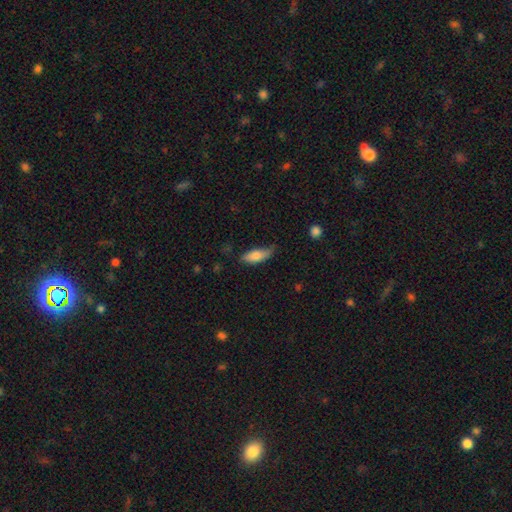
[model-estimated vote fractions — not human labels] Smooth or featured?
  - smooth: 79% *
  - featured or disk: 15%
  - star or artifact: 6%
How rounded?
  - in between: 67% *
  - cigar-shaped: 31%
  - round: 2%
Merging?
  - none: 61% *
  - minor disturbance: 31%
  - major disturbance: 6%
  - merger: 2%